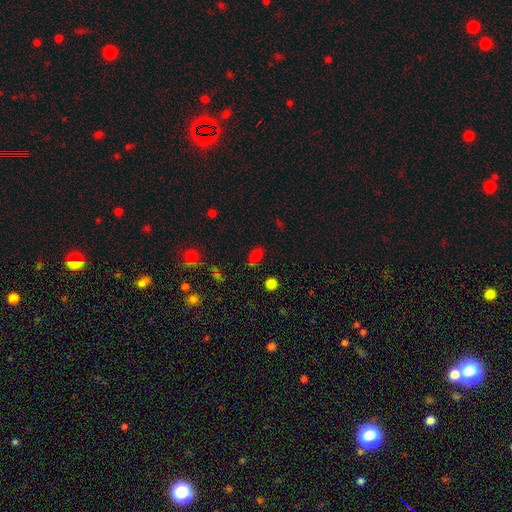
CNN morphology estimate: smooth-or-featured: smooth: 68% | star or artifact: 26% | featured or disk: 7%
  how-rounded: in between: 80% | round: 17% | cigar-shaped: 3%
  merging: none: 70% | minor disturbance: 17% | merger: 7% | major disturbance: 6%